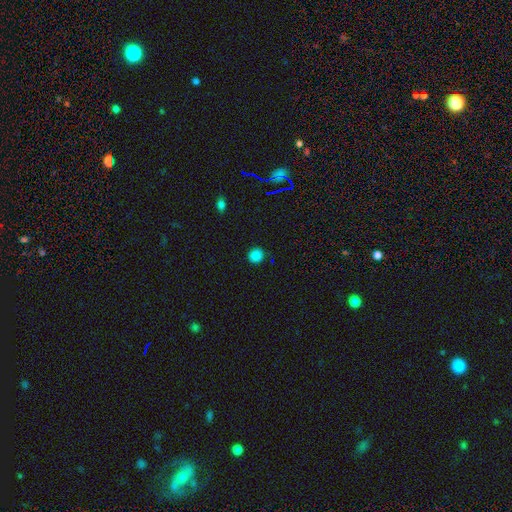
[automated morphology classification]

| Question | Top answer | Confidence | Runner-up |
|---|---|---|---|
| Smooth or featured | smooth | 83% | star or artifact (14%) |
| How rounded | round | 93% | in between (6%) |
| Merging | none | 90% | minor disturbance (7%) |